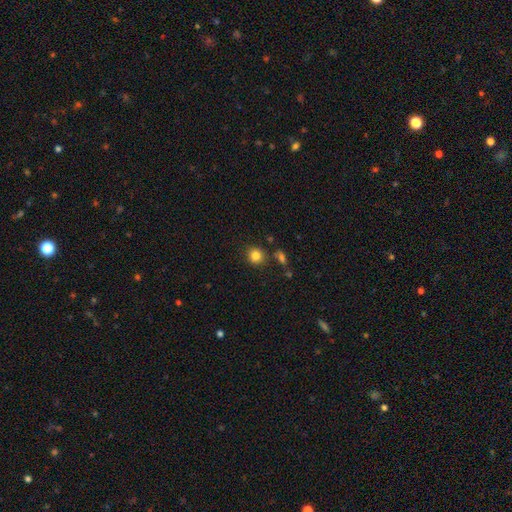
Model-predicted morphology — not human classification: type=smooth (84%); roundness=round (87%); merging=none (81%).